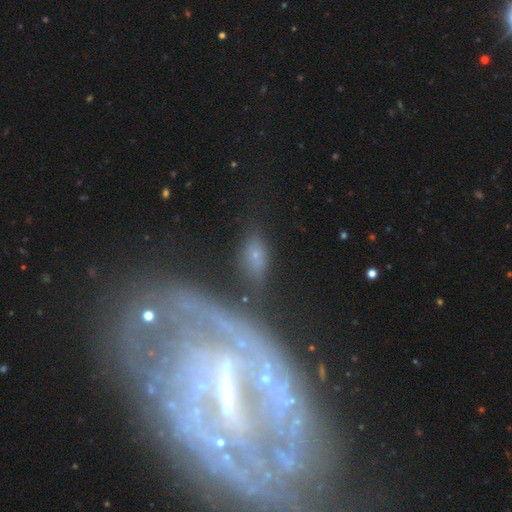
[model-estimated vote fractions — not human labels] Overall: smooth (49%; featured or disk 30%). Merging: none (63%).